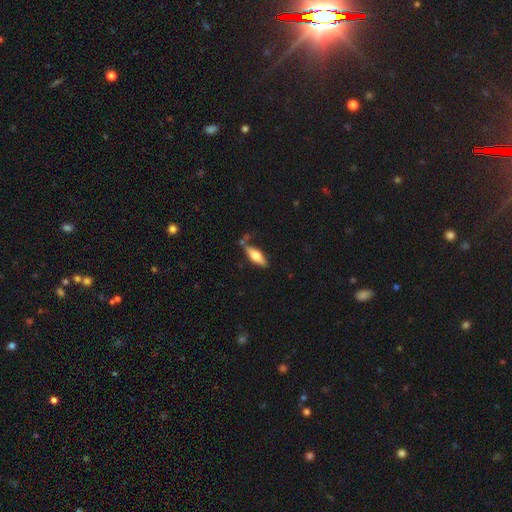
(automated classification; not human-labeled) Smooth or featured?
  - smooth: 59% *
  - featured or disk: 35%
  - star or artifact: 6%
How rounded?
  - in between: 55% *
  - cigar-shaped: 42%
  - round: 2%
Merging?
  - none: 65% *
  - minor disturbance: 20%
  - merger: 9%
  - major disturbance: 6%